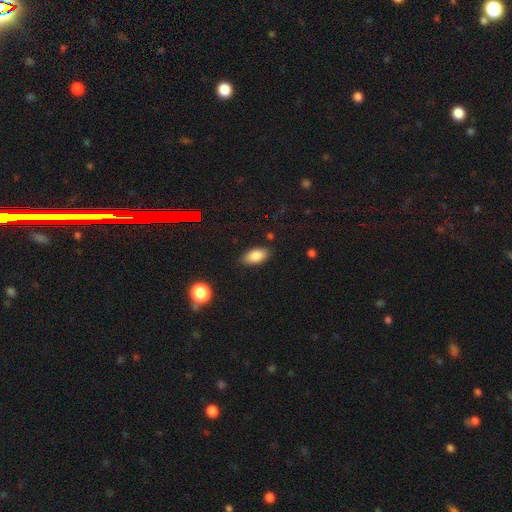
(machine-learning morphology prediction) Smooth or featured? smooth (83%)
How rounded? in between (92%)
Merging? none (84%)